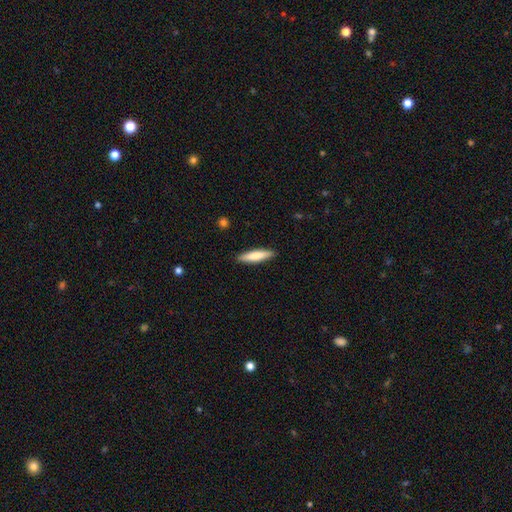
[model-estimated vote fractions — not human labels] smooth-or-featured: smooth: 76% | featured or disk: 19% | star or artifact: 5%
  how-rounded: cigar-shaped: 80% | in between: 19% | round: 1%
  merging: none: 90% | minor disturbance: 7% | major disturbance: 2% | merger: 1%